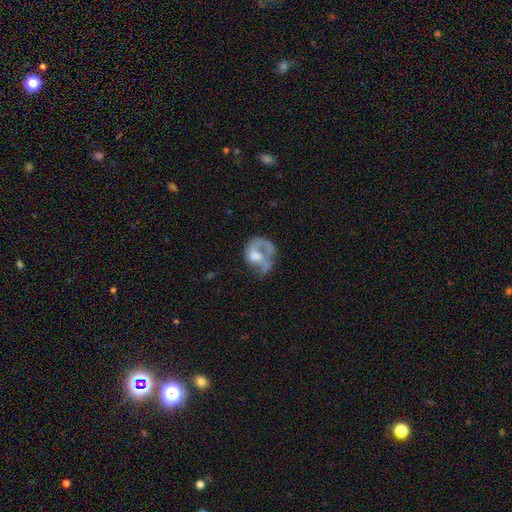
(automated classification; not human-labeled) The model was most divided on "spiral arms": yes: 53%, no: 47%. Remaining: edge-on disk — no (98%); bar — no (75%); smooth or featured — featured or disk (60%); bulge size — moderate (45%); merging — major disturbance (45%).